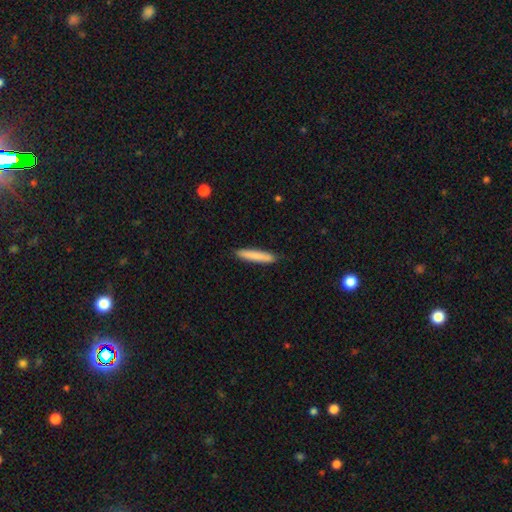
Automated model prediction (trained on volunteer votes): The model was most divided on "smooth or featured": smooth: 82%, featured or disk: 12%, star or artifact: 6%. More confident: how rounded — cigar-shaped (93%); merging — none (88%).